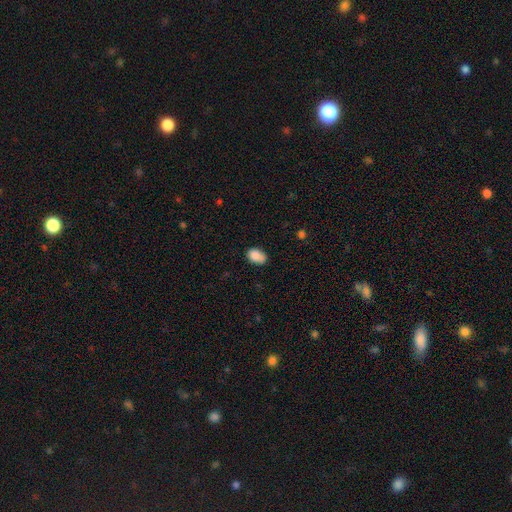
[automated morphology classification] Smooth or featured?
  - smooth: 86% *
  - star or artifact: 8%
  - featured or disk: 6%
How rounded?
  - in between: 85% *
  - round: 14%
  - cigar-shaped: 1%
Merging?
  - none: 67% *
  - minor disturbance: 25%
  - major disturbance: 5%
  - merger: 3%